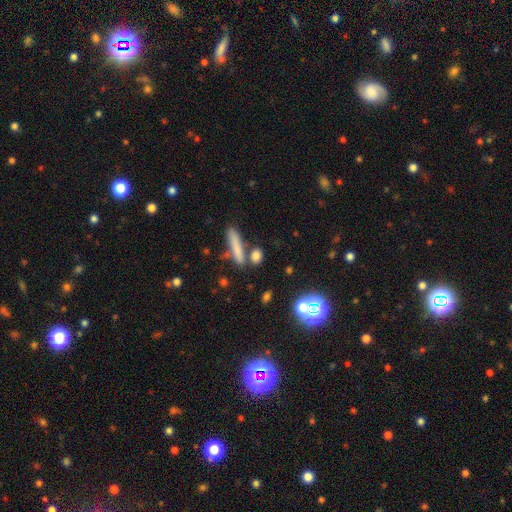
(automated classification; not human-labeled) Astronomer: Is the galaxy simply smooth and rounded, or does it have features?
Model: smooth — 77%.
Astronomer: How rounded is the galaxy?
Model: cigar-shaped — 48% (runner-up: in between, 32%).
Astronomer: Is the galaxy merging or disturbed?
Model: none — 69%.